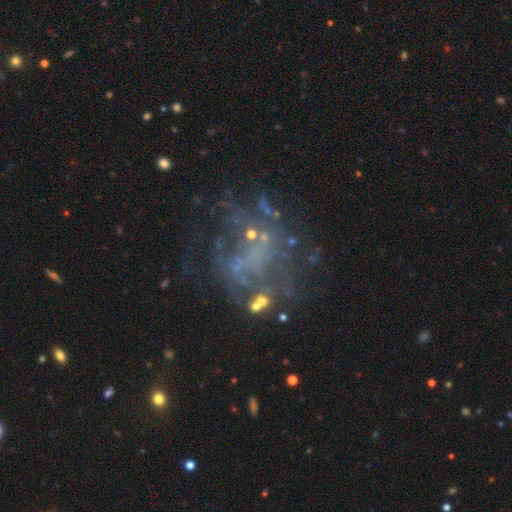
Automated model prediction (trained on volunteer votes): The model was most divided on "merging": none: 48%, major disturbance: 30%, minor disturbance: 15%, merger: 7%. More confident: edge-on disk — no (97%); bar — no (80%); spiral arms — no (75%); bulge size — none (68%); smooth or featured — featured or disk (59%).